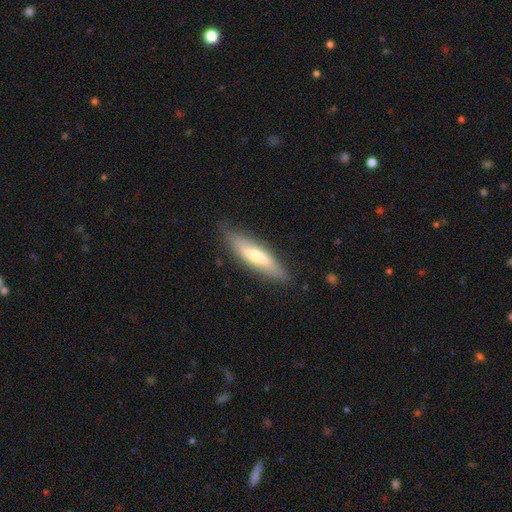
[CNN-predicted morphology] Smooth or featured? Predicted: featured or disk (p=0.48). Merging? Predicted: none (p=0.82).